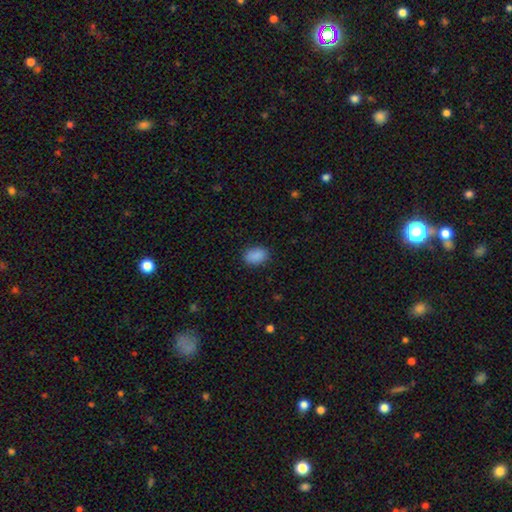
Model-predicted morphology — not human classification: Overall: smooth (89%). How rounded: in between (86%). Merging: none (85%).